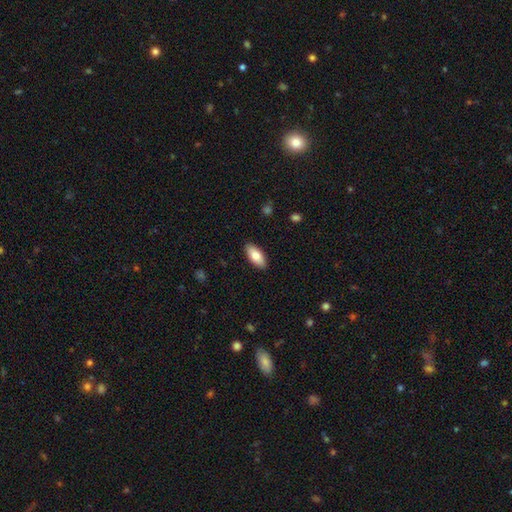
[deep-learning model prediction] Morphology: type=smooth (79%); roundness=in between (89%); merging=none (90%).